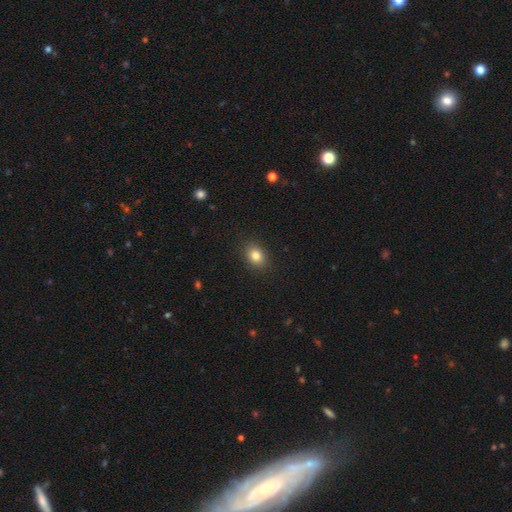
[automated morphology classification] Smooth or featured? Predicted: smooth (p=0.82). How rounded? Predicted: in between (p=0.58). Merging? Predicted: none (p=0.89).